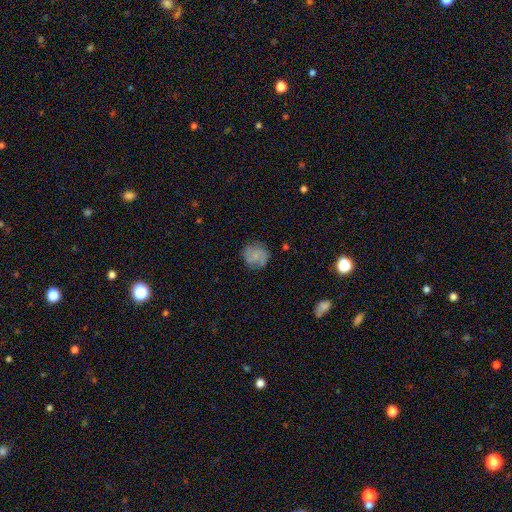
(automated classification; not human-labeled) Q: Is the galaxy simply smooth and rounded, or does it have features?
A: smooth — 48%.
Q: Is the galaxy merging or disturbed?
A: none — 76%.